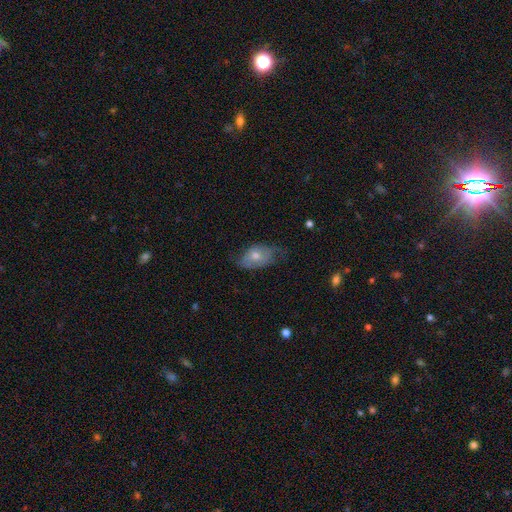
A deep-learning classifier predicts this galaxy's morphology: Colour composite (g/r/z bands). It shows a smooth galaxy with no disk features (49%). Merging: none (52%).